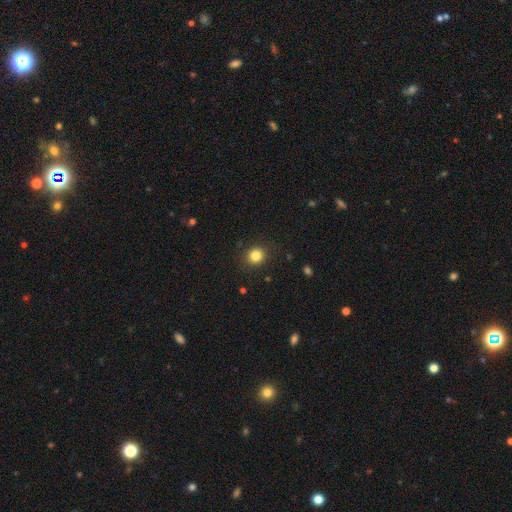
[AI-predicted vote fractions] This appears to be a smooth galaxy with no disk features (83%) that is round (89%). Merging: none (88%).